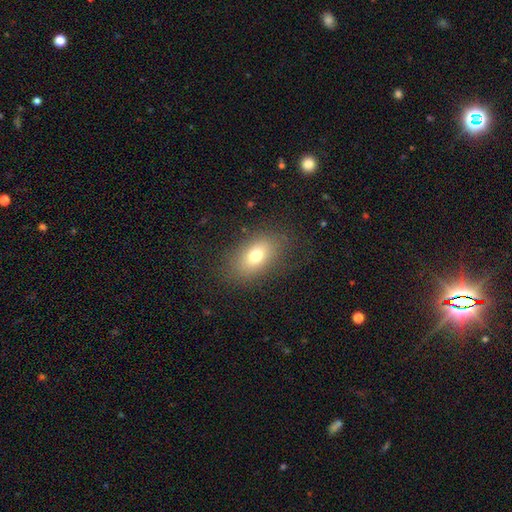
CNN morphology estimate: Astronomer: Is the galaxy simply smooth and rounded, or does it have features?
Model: smooth — 73%.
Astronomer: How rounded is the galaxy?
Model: in between — 84%.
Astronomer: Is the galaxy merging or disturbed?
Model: none — 82%.